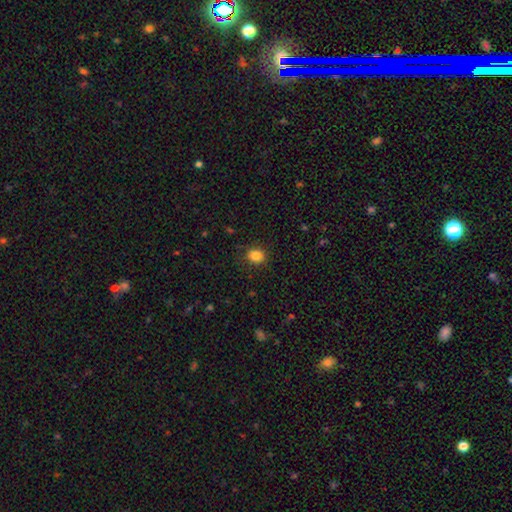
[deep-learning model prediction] Smooth or featured: smooth — 85% (star or artifact — 11%)
How rounded: round — 68% (in between — 31%)
Merging: none — 87% (minor disturbance — 9%)